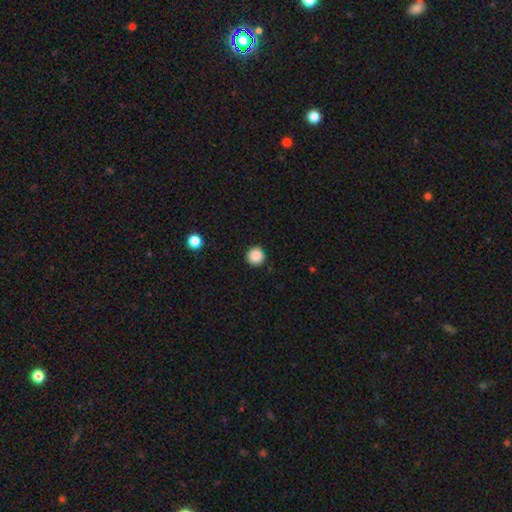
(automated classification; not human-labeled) This appears to be a smooth galaxy with no disk features (87%) that is round (95%). Merging: none (91%).